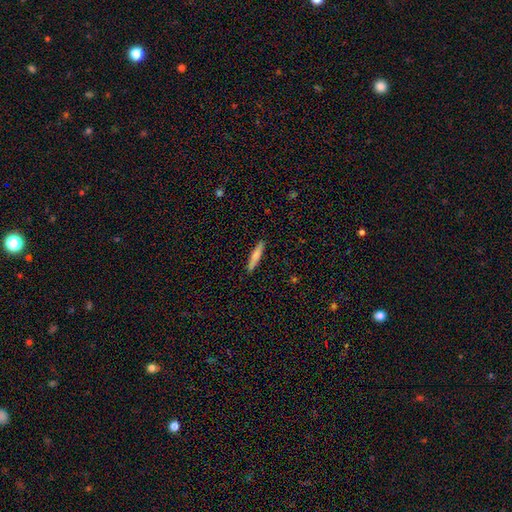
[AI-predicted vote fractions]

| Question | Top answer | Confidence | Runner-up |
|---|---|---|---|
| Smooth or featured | smooth | 75% | featured or disk (19%) |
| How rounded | cigar-shaped | 91% | in between (8%) |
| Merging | none | 90% | minor disturbance (7%) |